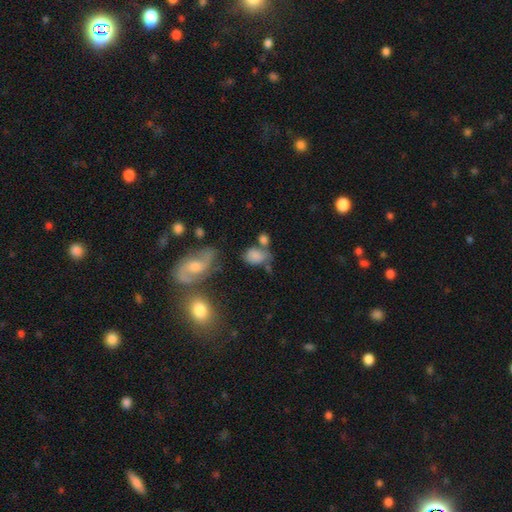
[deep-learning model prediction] smooth-or-featured: smooth: 74% | featured or disk: 14% | star or artifact: 11%
  how-rounded: in between: 77% | round: 22% | cigar-shaped: 2%
  merging: none: 43% | merger: 23% | minor disturbance: 22% | major disturbance: 12%